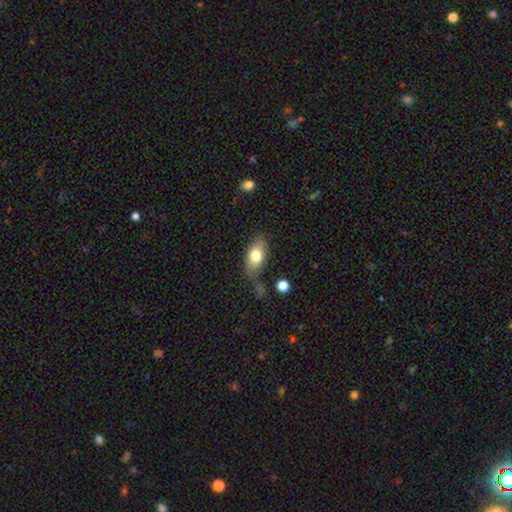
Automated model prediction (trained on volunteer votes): The model was most divided on "merging": none: 67%, minor disturbance: 20%, major disturbance: 7%, merger: 6%. More confident: how rounded — in between (87%); smooth or featured — smooth (76%).